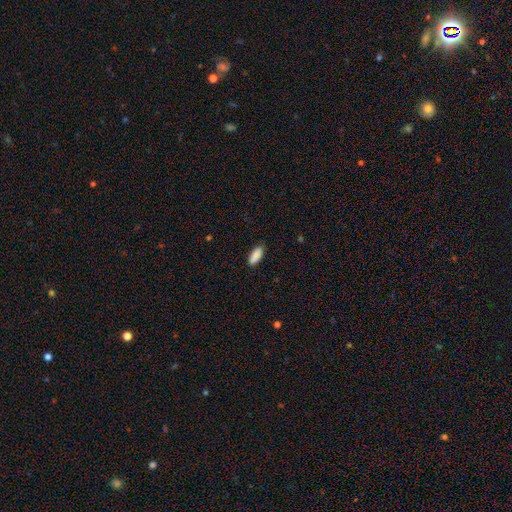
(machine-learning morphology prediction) A smooth galaxy with no disk features (89%) that is in between round and cigar-shaped (80%).

Vote fractions:
- Smooth or featured? smooth: 89% / star or artifact: 6% / featured or disk: 4%
- How rounded? in between: 80% / cigar-shaped: 18% / round: 2%
- Merging? none: 85% / minor disturbance: 11% / major disturbance: 2% / merger: 1%